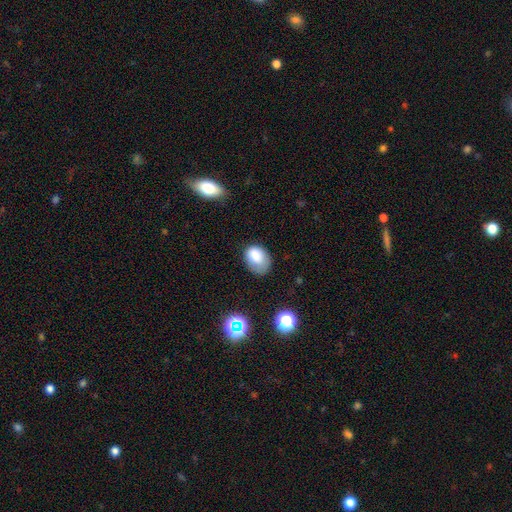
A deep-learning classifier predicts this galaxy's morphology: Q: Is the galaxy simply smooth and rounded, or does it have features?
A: smooth — 80%.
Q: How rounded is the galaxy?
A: in between — 73%.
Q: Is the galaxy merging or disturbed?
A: none — 54%.